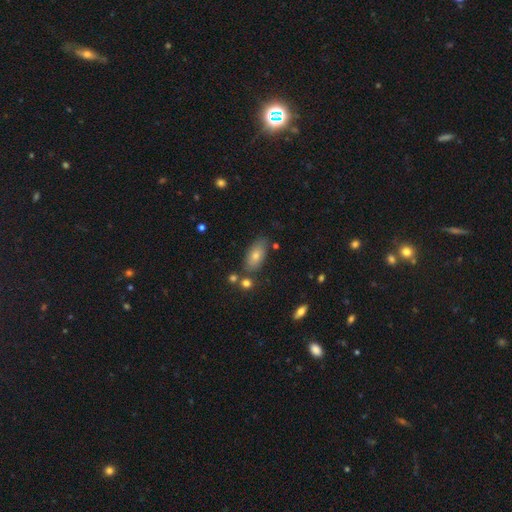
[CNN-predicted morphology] Smooth or featured? Predicted: smooth (p=0.74). How rounded? Predicted: in between (p=0.90). Merging? Predicted: none (p=0.73).